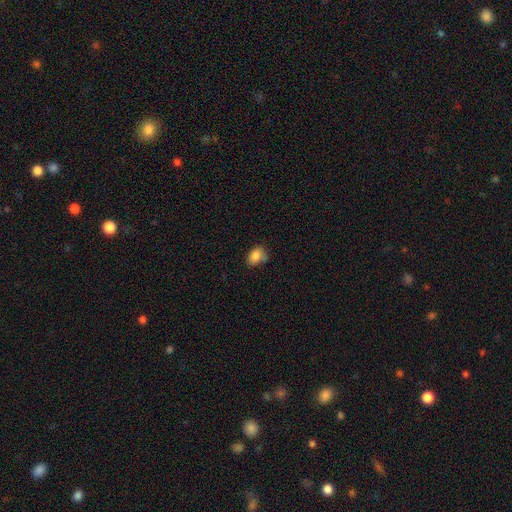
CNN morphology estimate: Q: Smooth or featured?
A: smooth (85%); runner-up: star or artifact (9%)
Q: How rounded?
A: in between (78%); runner-up: round (21%)
Q: Merging?
A: none (64%); runner-up: minor disturbance (25%)